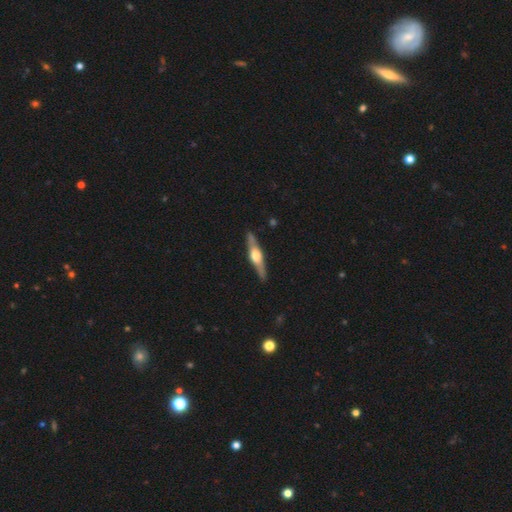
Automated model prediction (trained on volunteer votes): Morphology: type=featured or disk (73%); edge-on=yes (97%); edge-on bulge=rounded (93%); merging=none (89%).